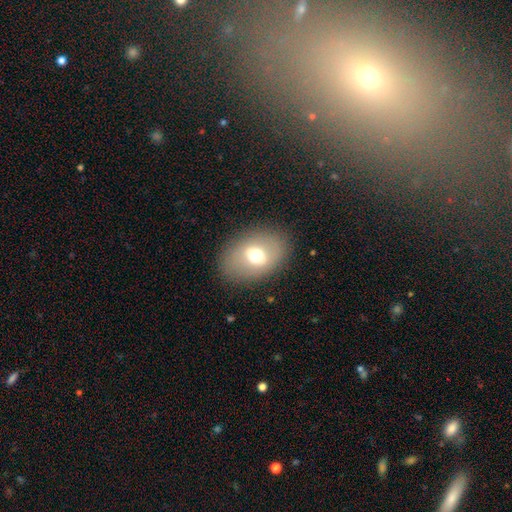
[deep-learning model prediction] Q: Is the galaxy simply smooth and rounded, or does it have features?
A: smooth — 62%.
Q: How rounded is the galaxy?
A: in between — 74%.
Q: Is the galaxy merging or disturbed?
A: none — 84%.